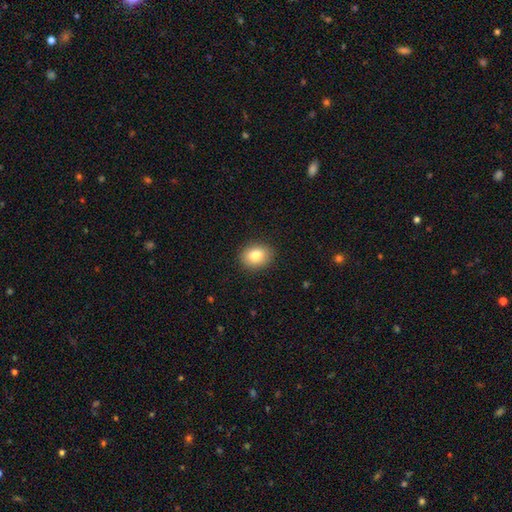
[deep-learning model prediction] This appears to be a smooth galaxy with no disk features (82%) that is in between round and cigar-shaped (51%). Merging: none (89%).